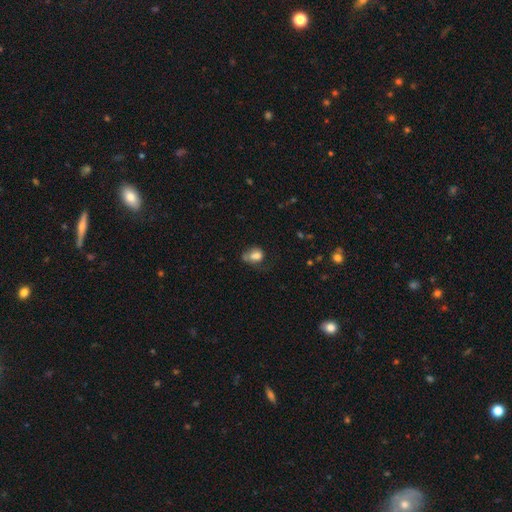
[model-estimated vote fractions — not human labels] smooth_or_featured: smooth (p=0.74) [alt: featured or disk p=0.16]
how_rounded: in between (p=0.63) [alt: round p=0.36]
merging: none (p=0.31) [alt: minor disturbance p=0.28]